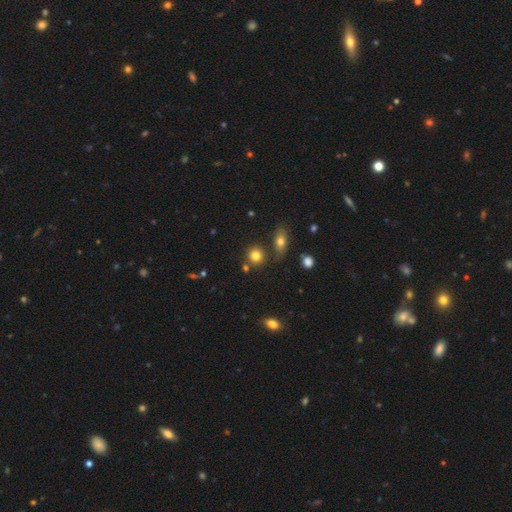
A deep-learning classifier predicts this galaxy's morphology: smooth-or-featured: smooth: 80% | star or artifact: 12% | featured or disk: 8%
  how-rounded: round: 85% | in between: 13% | cigar-shaped: 1%
  merging: none: 77% | merger: 10% | minor disturbance: 9% | major disturbance: 3%